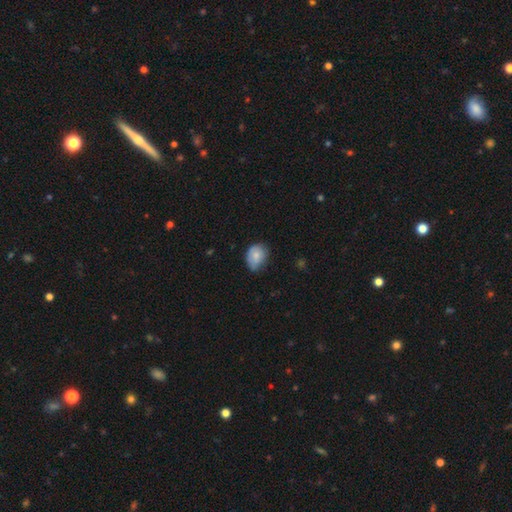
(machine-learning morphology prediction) Smooth or featured?
  - smooth: 77% *
  - featured or disk: 16%
  - star or artifact: 7%
How rounded?
  - in between: 61% *
  - round: 38%
  - cigar-shaped: 1%
Merging?
  - none: 49% *
  - minor disturbance: 41%
  - major disturbance: 8%
  - merger: 2%